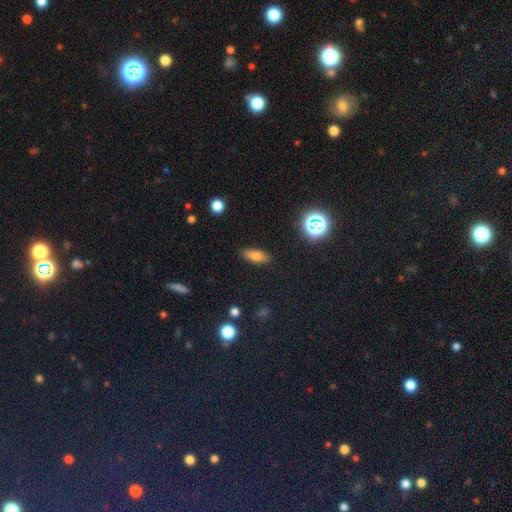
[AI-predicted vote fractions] Smooth or featured?
  - smooth: 75% *
  - star or artifact: 12%
  - featured or disk: 12%
How rounded?
  - in between: 73% *
  - cigar-shaped: 22%
  - round: 5%
Merging?
  - none: 87% *
  - minor disturbance: 9%
  - major disturbance: 2%
  - merger: 1%